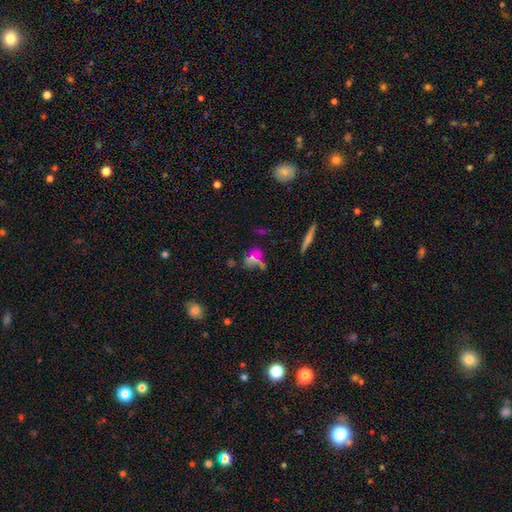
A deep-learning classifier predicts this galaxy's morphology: Q: Smooth or featured?
A: smooth (52%); runner-up: featured or disk (27%)
Q: How rounded?
A: in between (60%); runner-up: round (31%)
Q: Merging?
A: none (46%); runner-up: merger (20%)